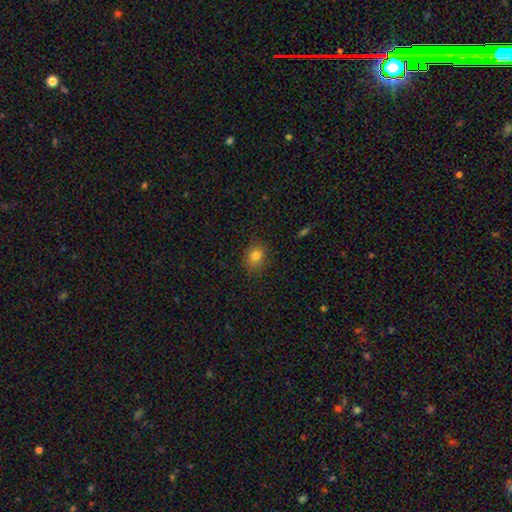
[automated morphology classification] Q: Smooth or featured?
A: smooth (81%); runner-up: star or artifact (12%)
Q: How rounded?
A: round (65%); runner-up: in between (34%)
Q: Merging?
A: none (82%); runner-up: minor disturbance (13%)